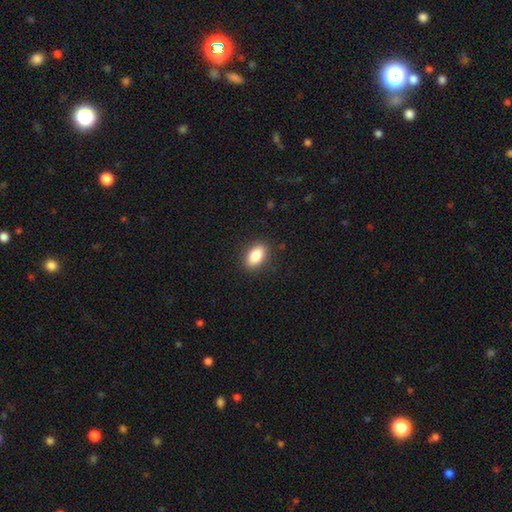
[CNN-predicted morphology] Q: Smooth or featured?
A: smooth (85%); runner-up: featured or disk (7%)
Q: How rounded?
A: in between (90%); runner-up: round (7%)
Q: Merging?
A: none (88%); runner-up: minor disturbance (9%)